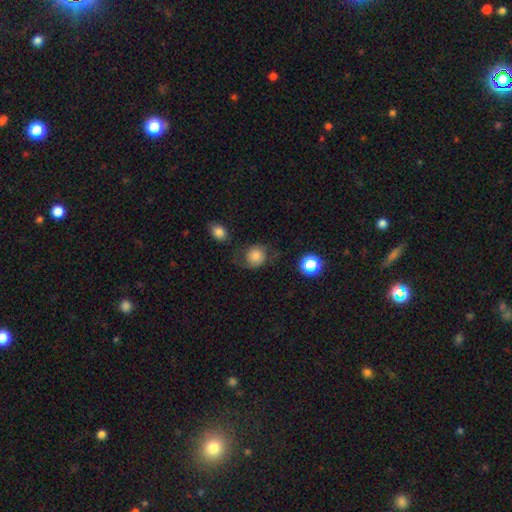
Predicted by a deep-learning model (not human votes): This is likely a smooth galaxy (69%). How rounded: clearly round (81%). Merging: possibly none (56%).